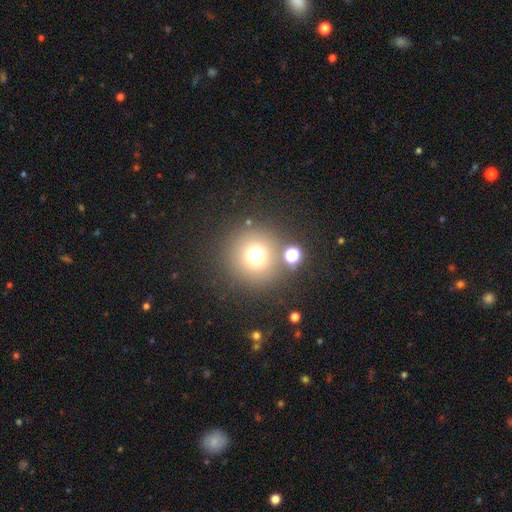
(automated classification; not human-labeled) Overall: smooth (70%). How rounded: round (94%). Merging: none (79%).